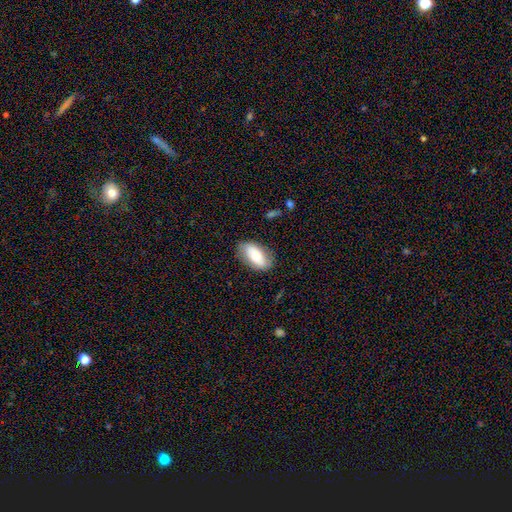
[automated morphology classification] Q: Smooth or featured?
A: smooth (64%); runner-up: featured or disk (30%)
Q: How rounded?
A: in between (93%); runner-up: round (4%)
Q: Merging?
A: none (80%); runner-up: minor disturbance (15%)